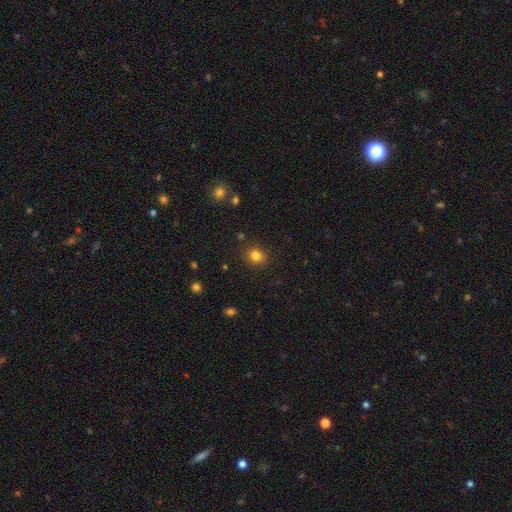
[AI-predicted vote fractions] Overall: smooth (81%). How rounded: round (61%; in between 38%). Merging: none (86%).